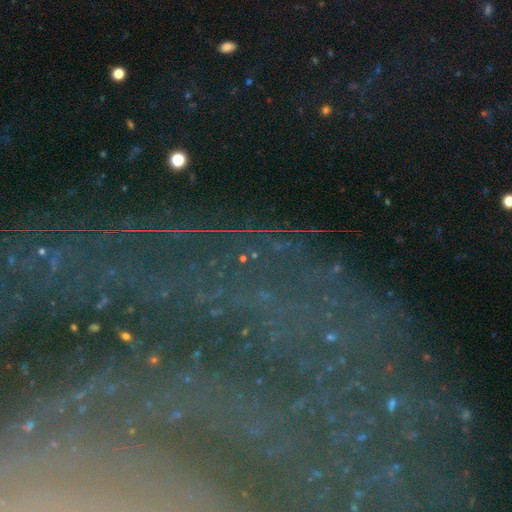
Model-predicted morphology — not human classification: smooth_or_featured: star or artifact (p=0.75) [alt: featured or disk p=0.15]